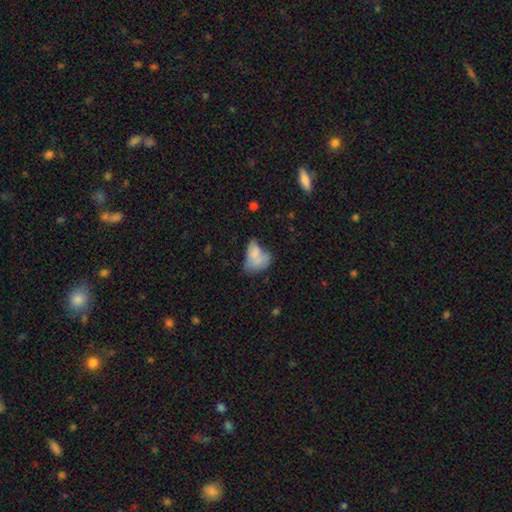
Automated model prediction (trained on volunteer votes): Q: Smooth or featured?
A: smooth (65%); runner-up: featured or disk (24%)
Q: How rounded?
A: in between (81%); runner-up: round (17%)
Q: Merging?
A: merger (29%); runner-up: minor disturbance (24%)